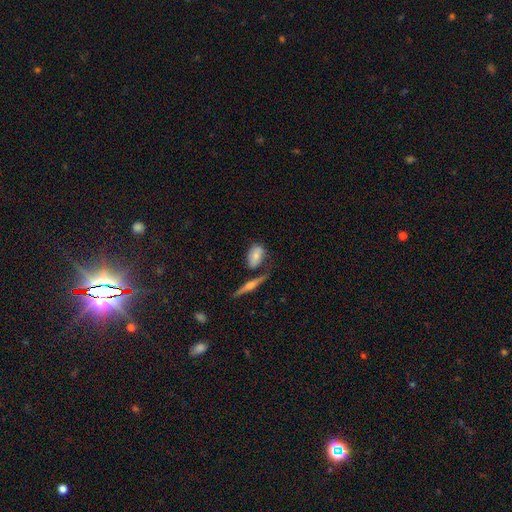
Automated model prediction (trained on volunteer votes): smooth_or_featured: smooth (p=0.64) [alt: featured or disk p=0.29]
how_rounded: in between (p=0.84) [alt: round p=0.10]
merging: none (p=0.51) [alt: minor disturbance p=0.24]